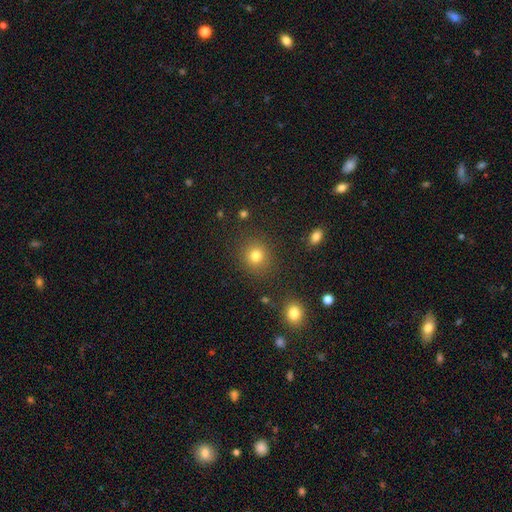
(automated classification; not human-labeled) Smooth or featured?
  - smooth: 79% *
  - star or artifact: 14%
  - featured or disk: 6%
How rounded?
  - round: 86% *
  - in between: 13%
  - cigar-shaped: 1%
Merging?
  - none: 87% *
  - minor disturbance: 7%
  - major disturbance: 3%
  - merger: 3%